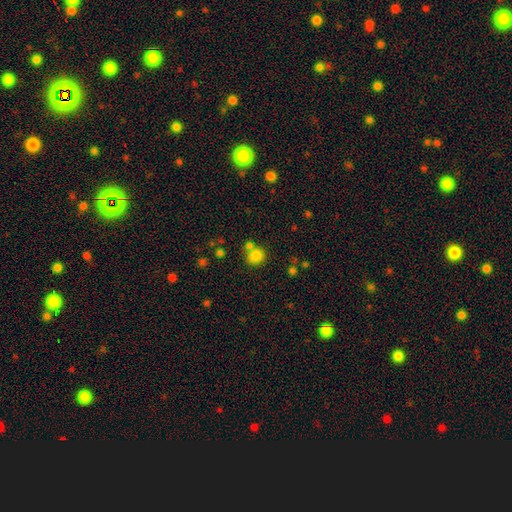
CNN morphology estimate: Smooth or featured: smooth — 82% (star or artifact — 12%)
How rounded: round — 76% (in between — 23%)
Merging: none — 62% (merger — 23%)